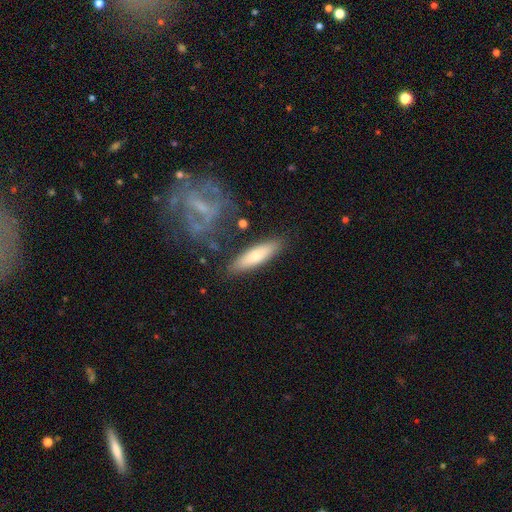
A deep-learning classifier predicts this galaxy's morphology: type=smooth (67%); roundness=cigar-shaped (63%); merging=none (83%).